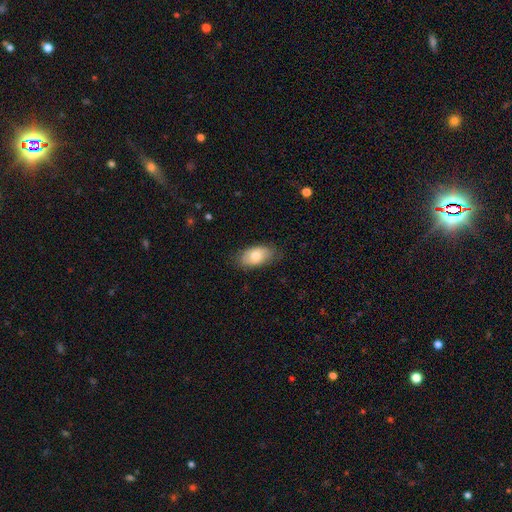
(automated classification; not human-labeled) The model was most divided on "smooth or featured": smooth: 75%, featured or disk: 19%, star or artifact: 7%. More confident: how rounded — in between (93%); merging — none (79%).